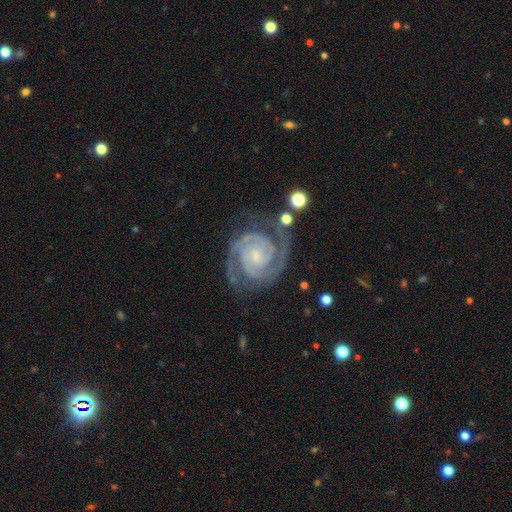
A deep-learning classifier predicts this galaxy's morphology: Smooth or featured?
  - featured or disk: 92% *
  - star or artifact: 5%
  - smooth: 3%
Edge-on disk?
  - no: 98% *
  - yes: 2%
Bar?
  - no: 62% *
  - weak: 28%
  - strong: 10%
Spiral arms?
  - yes: 99% *
  - no: 1%
Spiral winding?
  - tight: 72% *
  - medium: 25%
  - loose: 3%
Spiral arm count?
  - 2: 80% *
  - 3: 10%
  - can't tell: 4%
  - 4: 2%
  - 1: 2%
  - more than 4: 2%
Bulge size?
  - small: 67% *
  - moderate: 15%
  - none: 15%
  - large: 2%
  - dominant: 1%
Merging?
  - none: 73% *
  - minor disturbance: 16%
  - major disturbance: 8%
  - merger: 3%